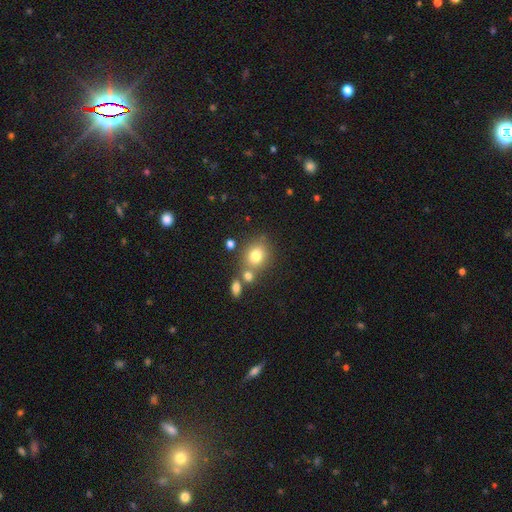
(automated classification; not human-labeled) Morphology: type=smooth (77%); roundness=round (68%); merging=none (61%).